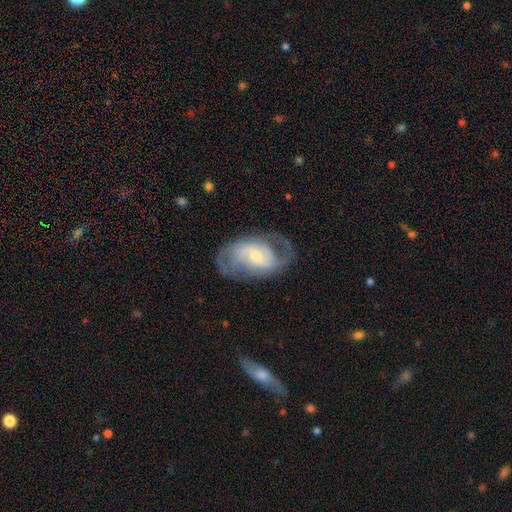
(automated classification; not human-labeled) Smooth or featured: featured or disk — 83% (smooth — 12%)
Edge-on disk: no — 96% (yes — 4%)
Bar: weak — 46% (no — 39%)
Spiral arms: yes — 93% (no — 7%)
Spiral winding: medium — 48% (tight — 30%)
Spiral arm count: 2 — 64% (can't tell — 16%)
Bulge size: small — 52% (moderate — 42%)
Merging: none — 68% (minor disturbance — 18%)